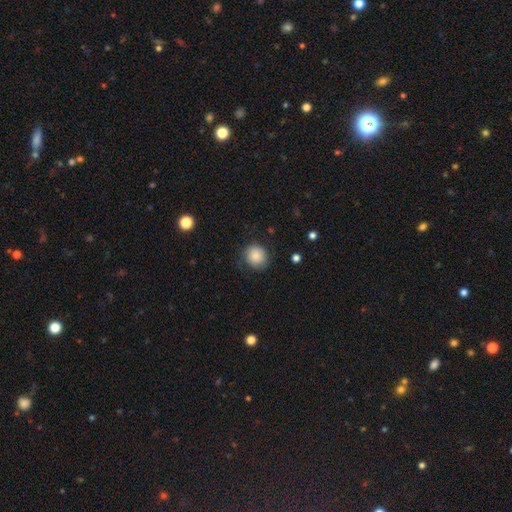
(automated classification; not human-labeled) Overall: smooth (86%). How rounded: round (88%). Merging: none (80%).